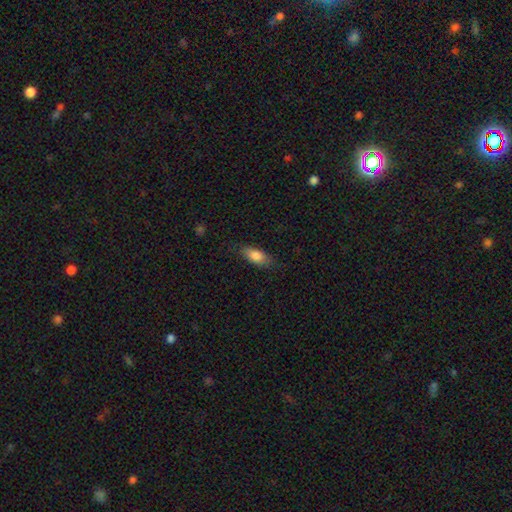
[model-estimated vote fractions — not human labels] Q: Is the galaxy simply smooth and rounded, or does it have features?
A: smooth — 82%.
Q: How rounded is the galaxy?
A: in between — 82%.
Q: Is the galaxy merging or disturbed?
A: none — 79%.